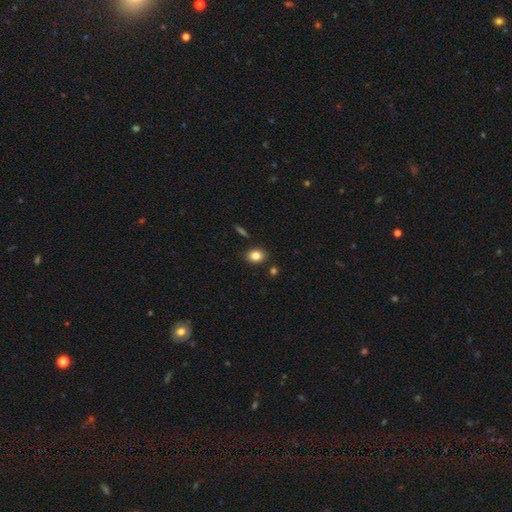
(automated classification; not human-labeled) Q: Smooth or featured?
A: smooth (83%); runner-up: star or artifact (10%)
Q: How rounded?
A: in between (60%); runner-up: round (39%)
Q: Merging?
A: none (86%); runner-up: minor disturbance (9%)